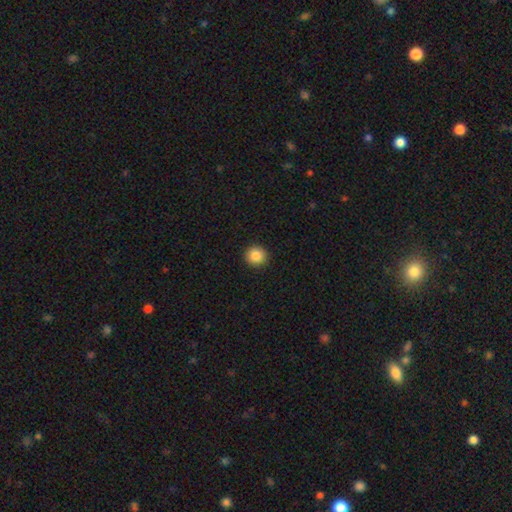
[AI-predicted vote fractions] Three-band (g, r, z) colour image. It shows a smooth galaxy with no disk features (87%) that is round (93%). Merging: none (93%).